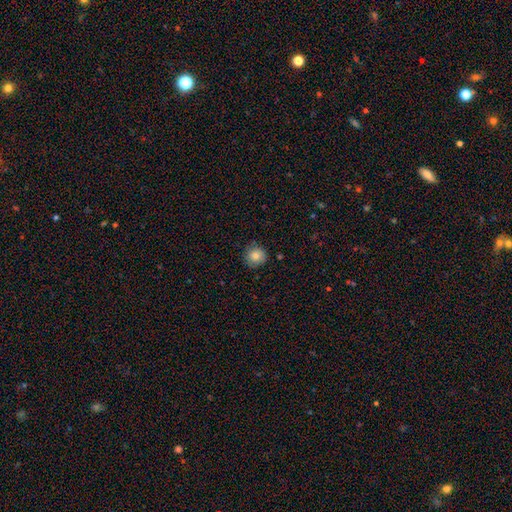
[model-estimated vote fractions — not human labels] Smooth or featured? Predicted: smooth (p=0.83). How rounded? Predicted: round (p=0.93). Merging? Predicted: none (p=0.85).